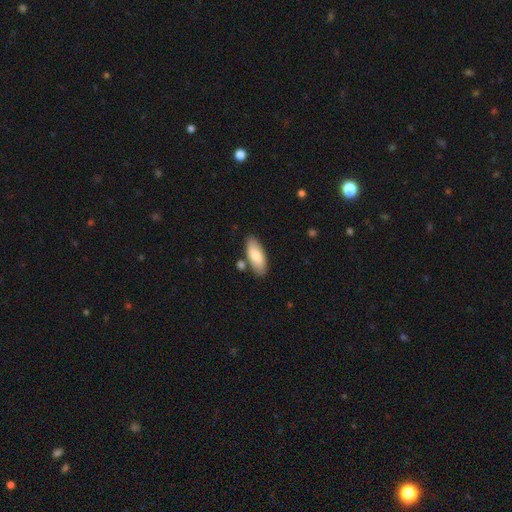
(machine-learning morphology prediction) smooth-or-featured: smooth: 77% | featured or disk: 17% | star or artifact: 6%
  how-rounded: in between: 81% | cigar-shaped: 17% | round: 2%
  merging: none: 79% | minor disturbance: 12% | merger: 7% | major disturbance: 2%